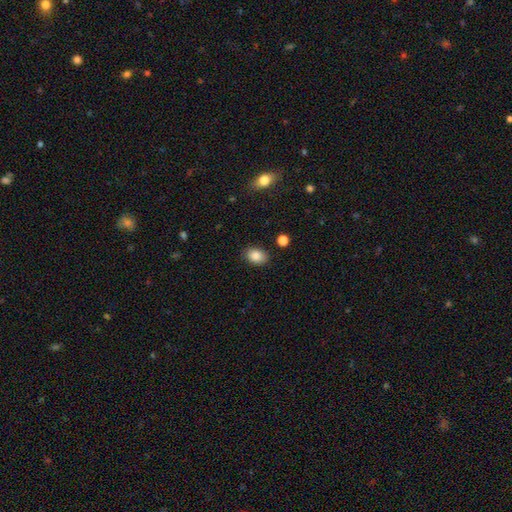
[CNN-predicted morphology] Q: Smooth or featured?
A: smooth (86%); runner-up: star or artifact (8%)
Q: How rounded?
A: in between (80%); runner-up: round (19%)
Q: Merging?
A: none (86%); runner-up: minor disturbance (10%)